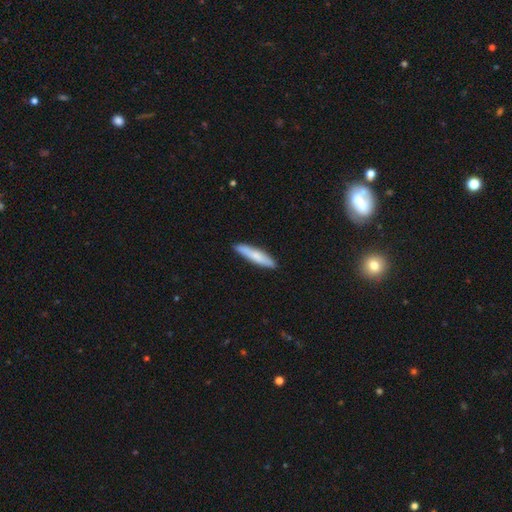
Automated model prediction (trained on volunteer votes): This is likely a smooth galaxy (75%). How rounded: clearly cigar-shaped (88%). Merging: clearly none (90%).